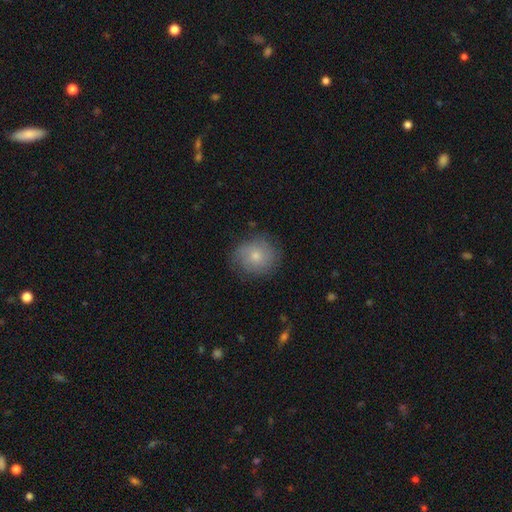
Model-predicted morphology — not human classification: smooth_or_featured: smooth (p=0.64) [alt: featured or disk p=0.28]
how_rounded: round (p=0.79) [alt: in between p=0.20]
merging: none (p=0.74) [alt: minor disturbance p=0.19]